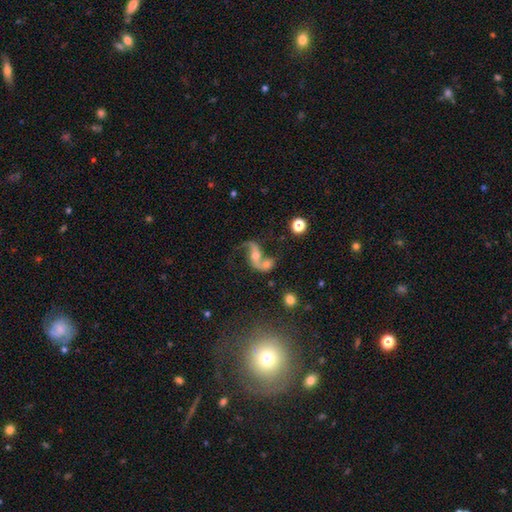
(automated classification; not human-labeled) Smooth or featured? featured or disk (80%)
Edge-on disk? no (96%)
Bar? no (55%)
Spiral arms? yes (92%)
Spiral winding? loose (82%)
Spiral arm count? 2 (89%)
Bulge size? moderate (54%)
Merging? merger (40%)